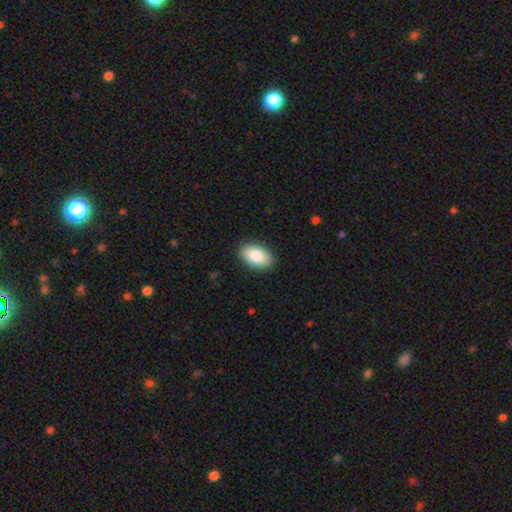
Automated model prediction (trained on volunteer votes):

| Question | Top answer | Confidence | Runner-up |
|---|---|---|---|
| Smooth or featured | smooth | 87% | featured or disk (7%) |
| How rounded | in between | 94% | round (5%) |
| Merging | none | 89% | minor disturbance (8%) |